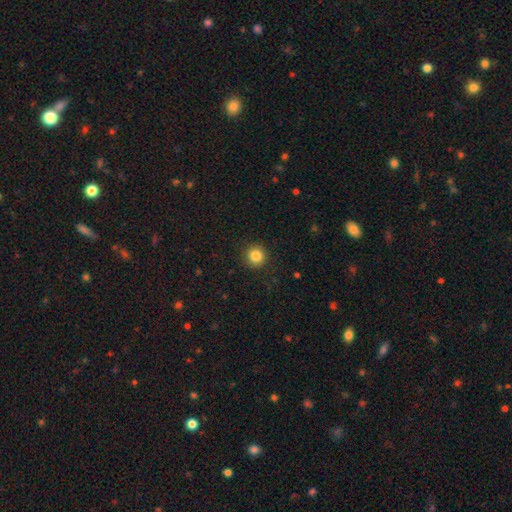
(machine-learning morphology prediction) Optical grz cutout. It shows a smooth galaxy with no disk features (85%) that is round (94%). Merging: none (91%).